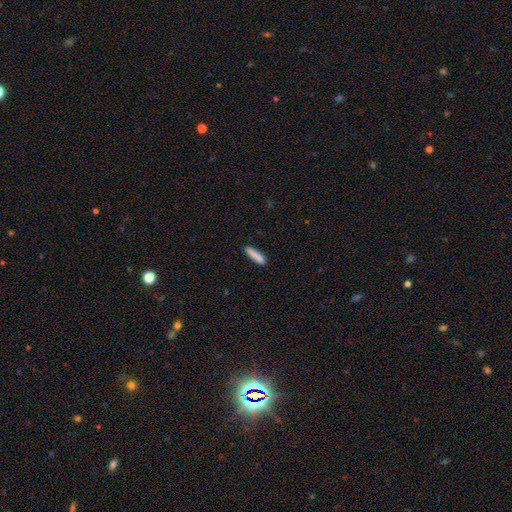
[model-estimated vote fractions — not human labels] Overall: smooth (85%). How rounded: cigar-shaped (84%). Merging: none (86%).